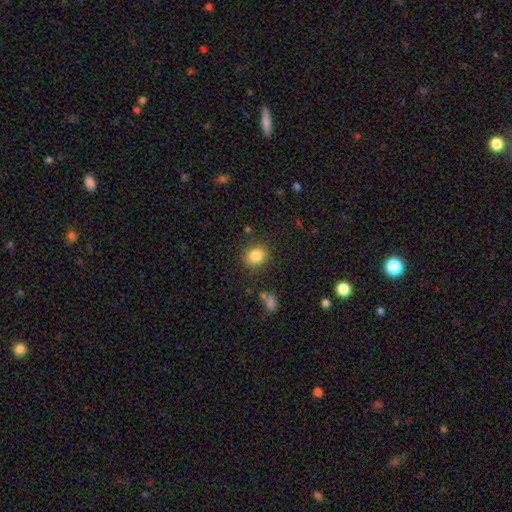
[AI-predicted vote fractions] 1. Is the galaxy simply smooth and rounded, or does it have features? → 84% smooth, 10% star or artifact, 6% featured or disk.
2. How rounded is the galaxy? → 70% round, 29% in between, 1% cigar-shaped.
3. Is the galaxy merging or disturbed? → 85% none, 9% minor disturbance, 3% major disturbance, 2% merger.